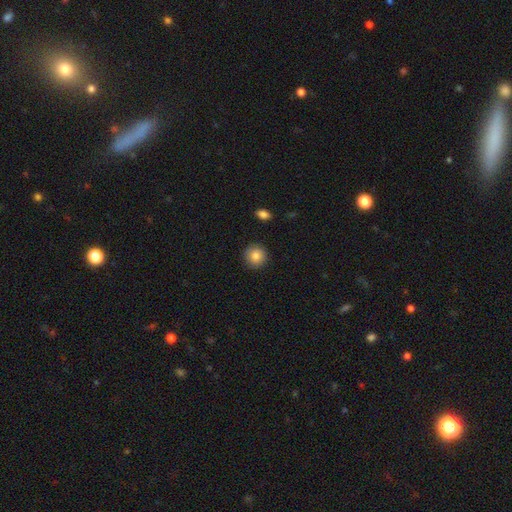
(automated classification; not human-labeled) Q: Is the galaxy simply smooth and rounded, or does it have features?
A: smooth — 84%.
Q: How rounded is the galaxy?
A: round — 92%.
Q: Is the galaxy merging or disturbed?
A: none — 90%.